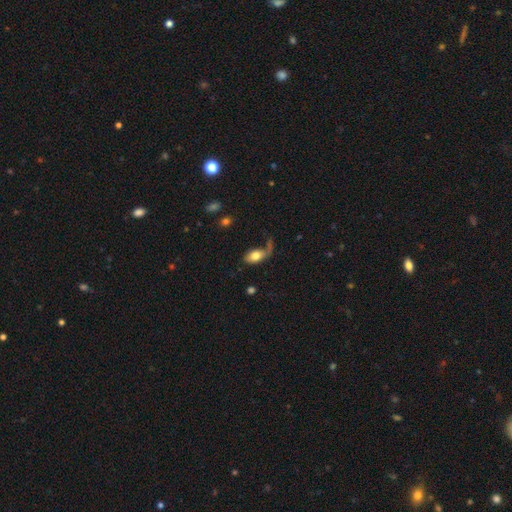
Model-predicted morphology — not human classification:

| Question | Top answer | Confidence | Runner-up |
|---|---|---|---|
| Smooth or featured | smooth | 70% | featured or disk (23%) |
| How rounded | in between | 89% | round (7%) |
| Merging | none | 37% | major disturbance (33%) |